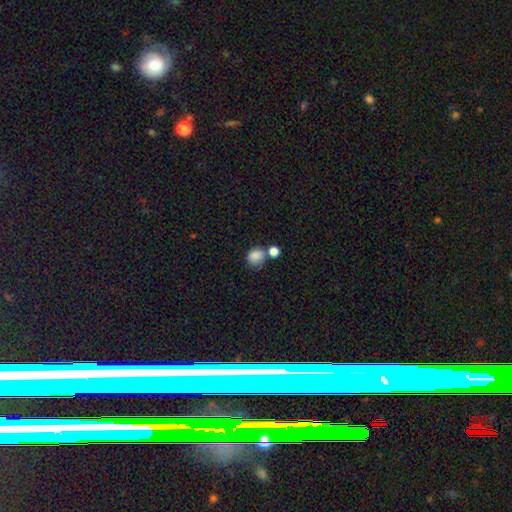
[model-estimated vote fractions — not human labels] This is clearly a smooth galaxy (85%). How rounded: likely round (69%). Merging: possibly none (56%).